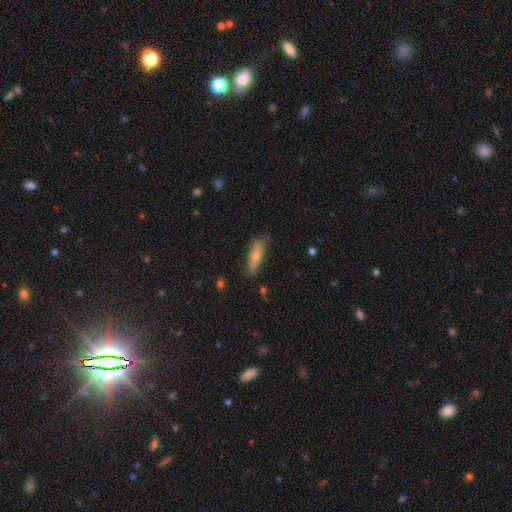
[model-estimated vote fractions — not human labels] Smooth or featured? smooth (63%)
How rounded? in between (53%)
Merging? none (76%)